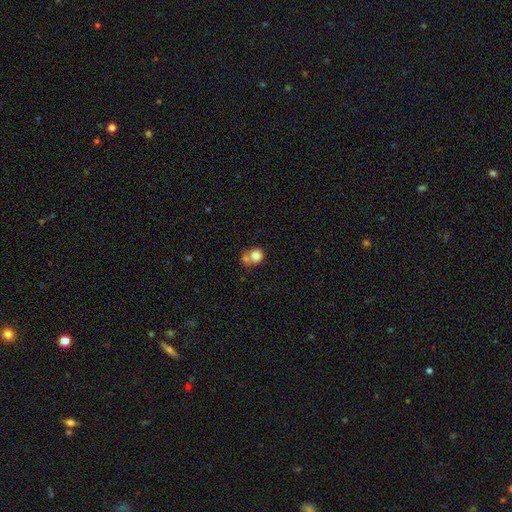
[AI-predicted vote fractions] smooth_or_featured: smooth (p=0.79) [alt: featured or disk p=0.11]
how_rounded: round (p=0.78) [alt: in between p=0.21]
merging: merger (p=0.48) [alt: none p=0.37]